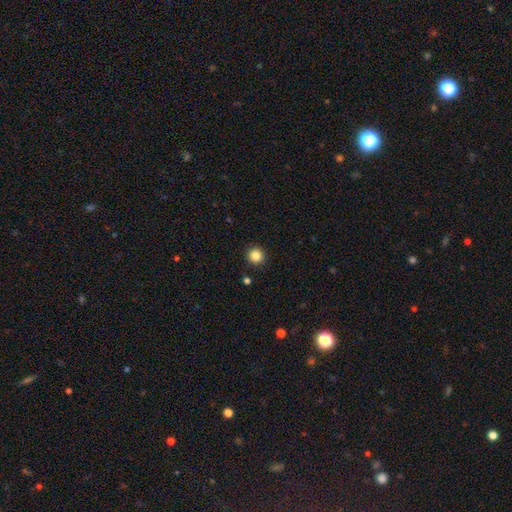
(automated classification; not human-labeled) The model was most divided on "smooth or featured": smooth: 86%, star or artifact: 11%, featured or disk: 4%. More confident: how rounded — round (95%); merging — none (92%).